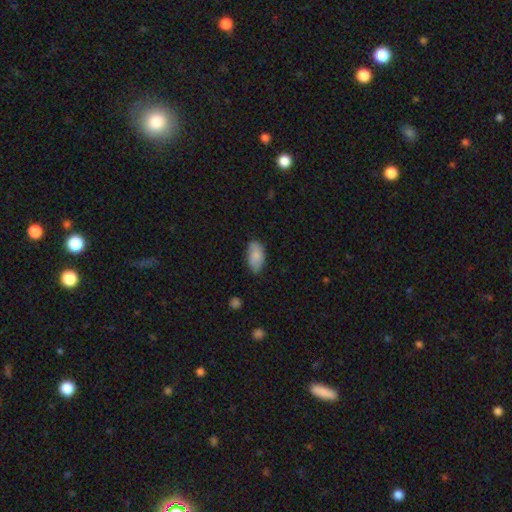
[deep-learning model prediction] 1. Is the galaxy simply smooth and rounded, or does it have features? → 83% smooth, 11% featured or disk, 7% star or artifact.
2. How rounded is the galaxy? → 94% in between, 3% round, 3% cigar-shaped.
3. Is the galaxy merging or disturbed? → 69% none, 26% minor disturbance, 4% major disturbance, 2% merger.